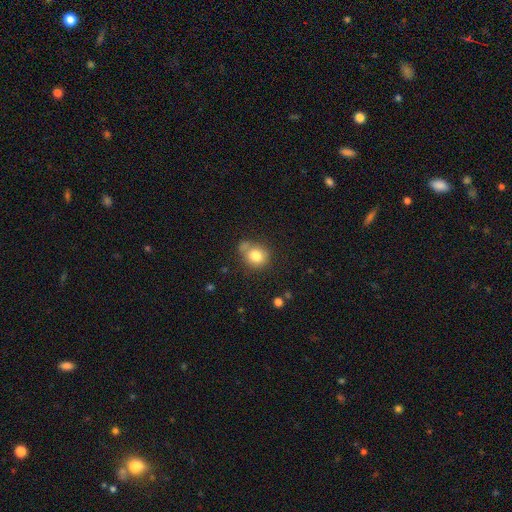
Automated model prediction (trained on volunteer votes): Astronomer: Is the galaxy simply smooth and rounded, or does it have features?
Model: smooth — 79%.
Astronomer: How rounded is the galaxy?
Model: round — 77%.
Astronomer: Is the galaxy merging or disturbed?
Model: none — 56%.